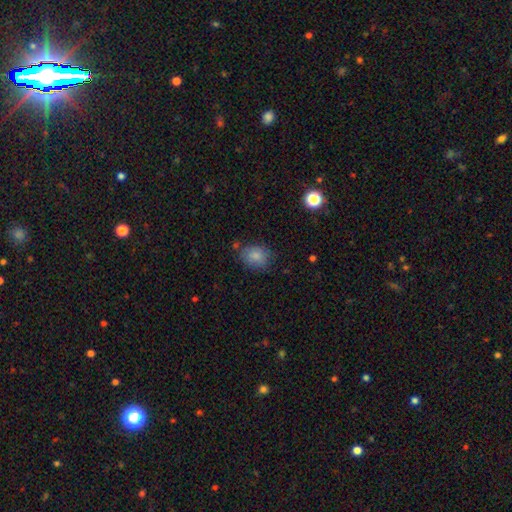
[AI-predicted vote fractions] Smooth or featured? smooth (84%)
How rounded? in between (59%)
Merging? none (73%)